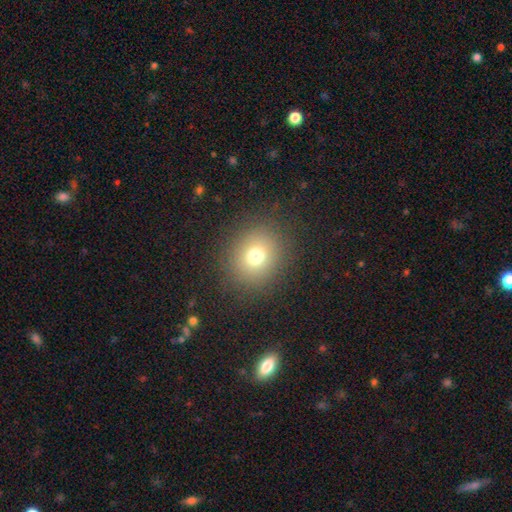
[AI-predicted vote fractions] smooth 73%, star or artifact 16%, featured or disk 11%. Down the decision tree: how rounded — round (76%); merging — none (86%).